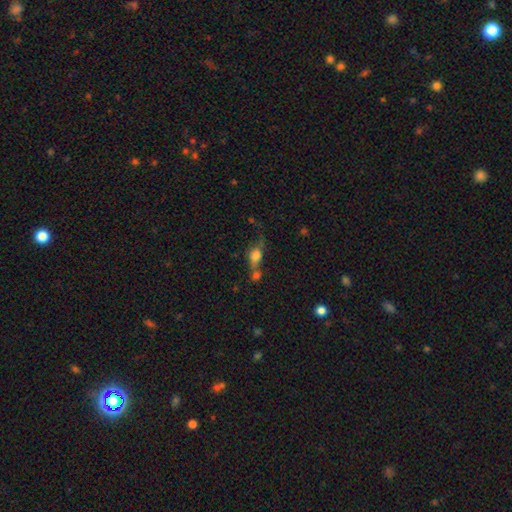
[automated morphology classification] Overall: smooth (67%). How rounded: in between (61%; round 30%). Merging: merger (42%; none 27%).